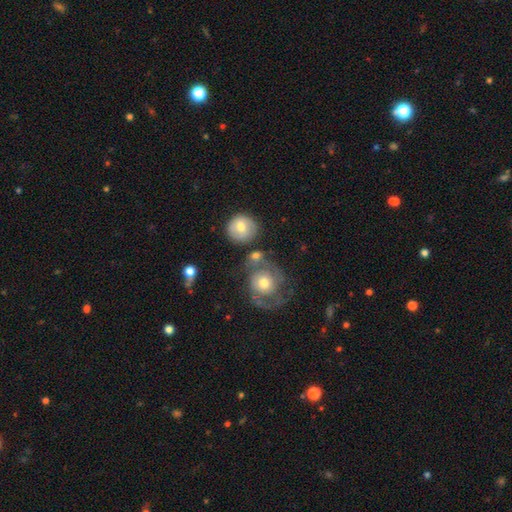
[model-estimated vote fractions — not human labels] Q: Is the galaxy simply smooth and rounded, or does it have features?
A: smooth — 56%.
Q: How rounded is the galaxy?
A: round — 79%.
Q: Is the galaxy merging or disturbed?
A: none — 54%.